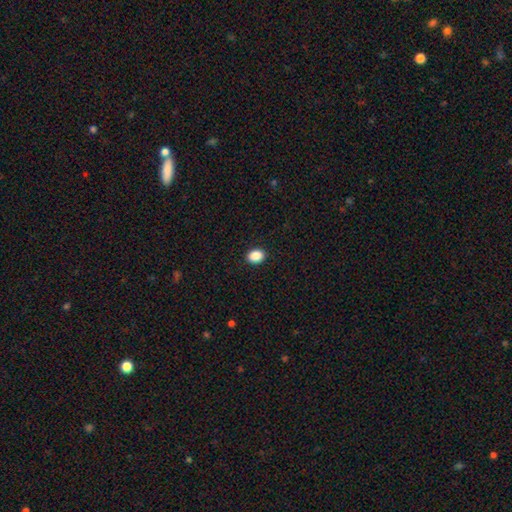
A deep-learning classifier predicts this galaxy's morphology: Smooth or featured: smooth — 89% (star or artifact — 9%)
How rounded: in between — 57% (round — 42%)
Merging: none — 91% (minor disturbance — 6%)